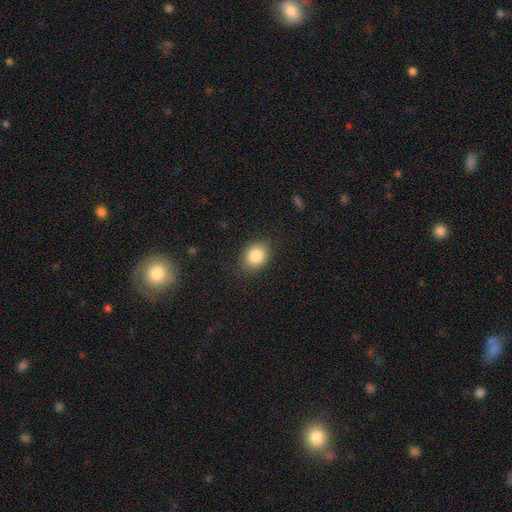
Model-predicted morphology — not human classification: A smooth galaxy with no disk features (84%) that is in between round and cigar-shaped (55%).

Vote fractions:
- Smooth or featured? smooth: 84% / star or artifact: 9% / featured or disk: 7%
- How rounded? in between: 55% / round: 44% / cigar-shaped: 1%
- Merging? none: 83% / minor disturbance: 13% / major disturbance: 4% / merger: 1%